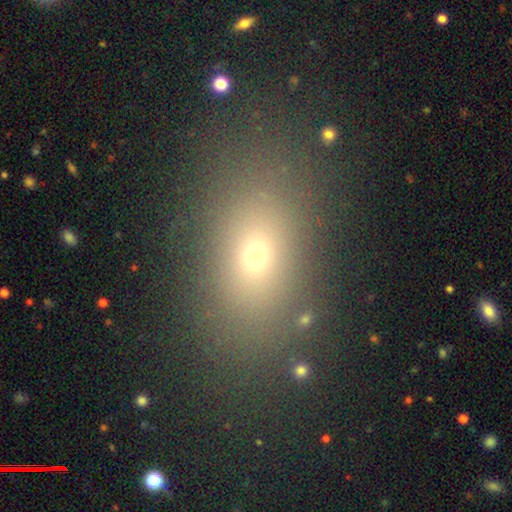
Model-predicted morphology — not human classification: smooth_or_featured: smooth (p=0.67) [alt: star or artifact p=0.20]
how_rounded: in between (p=0.76) [alt: round p=0.20]
merging: none (p=0.82) [alt: minor disturbance p=0.10]